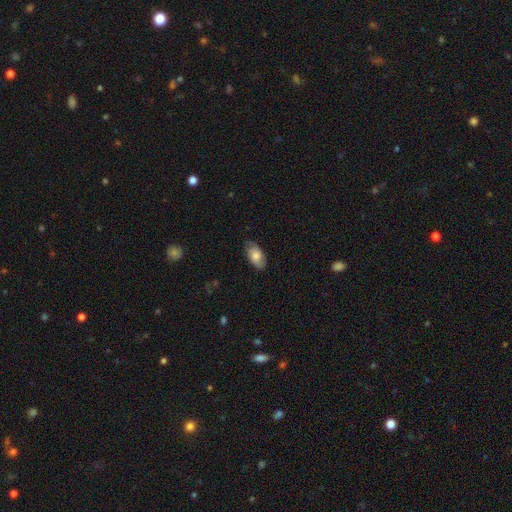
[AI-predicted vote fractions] This is likely a smooth galaxy (72%). How rounded: clearly in between (93%). Merging: likely none (76%).